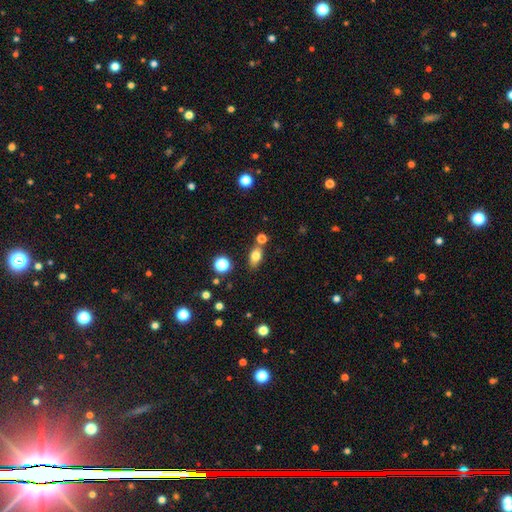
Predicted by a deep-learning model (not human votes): smooth_or_featured: smooth (p=0.76) [alt: featured or disk p=0.13]
how_rounded: in between (p=0.78) [alt: round p=0.17]
merging: none (p=0.70) [alt: merger p=0.14]